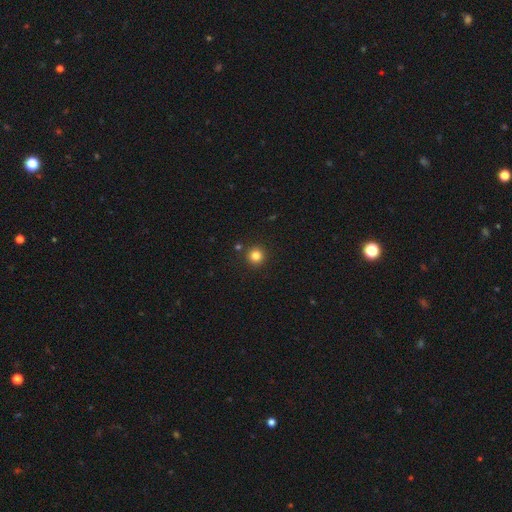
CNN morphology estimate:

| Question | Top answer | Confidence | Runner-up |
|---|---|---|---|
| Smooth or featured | smooth | 82% | star or artifact (13%) |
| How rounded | round | 95% | in between (4%) |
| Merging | none | 90% | minor disturbance (5%) |